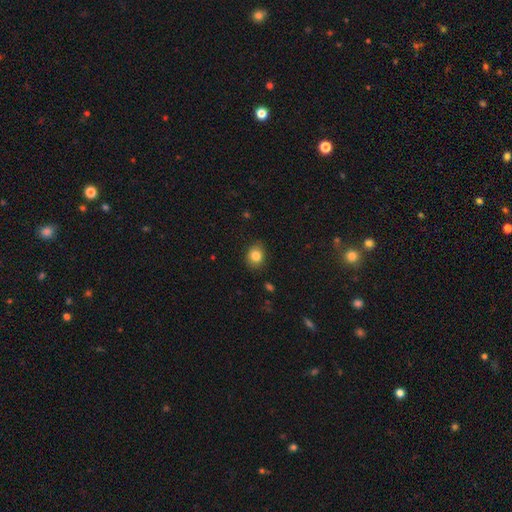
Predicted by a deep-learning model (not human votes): smooth-or-featured: smooth: 83% | star or artifact: 10% | featured or disk: 7%
  how-rounded: round: 51% | in between: 48% | cigar-shaped: 1%
  merging: none: 83% | minor disturbance: 14% | major disturbance: 3% | merger: 1%